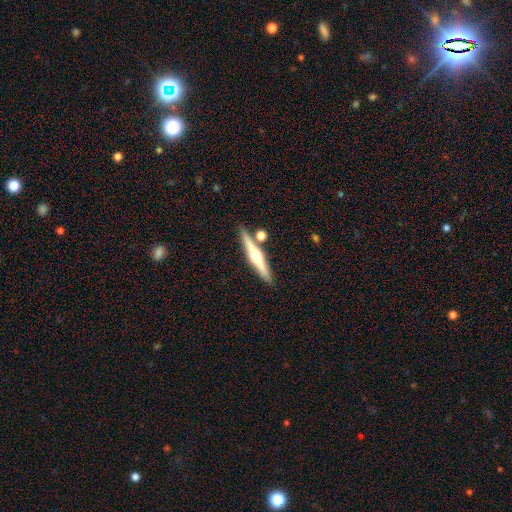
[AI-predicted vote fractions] Smooth or featured: featured or disk — 68% (smooth — 27%)
Edge-on disk: yes — 97% (no — 3%)
Edge-on bulge: rounded — 94% (none — 3%)
Merging: none — 81% (merger — 9%)